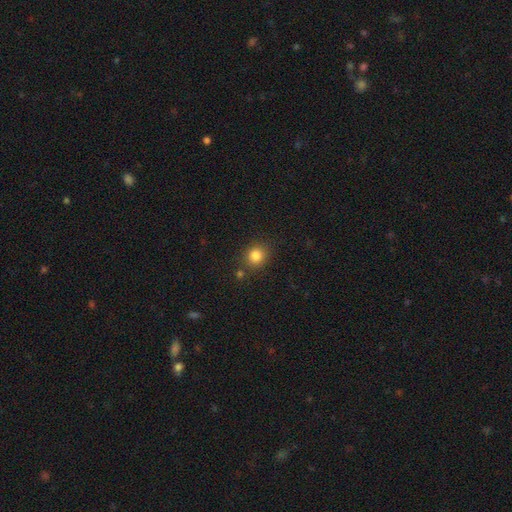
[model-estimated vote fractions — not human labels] smooth-or-featured: smooth: 83% | star or artifact: 12% | featured or disk: 5%
  how-rounded: round: 84% | in between: 15% | cigar-shaped: 1%
  merging: none: 82% | minor disturbance: 9% | merger: 6% | major disturbance: 3%